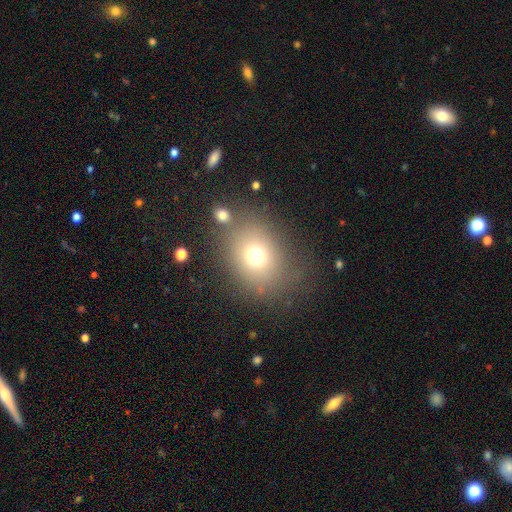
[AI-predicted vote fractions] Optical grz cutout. It shows a smooth galaxy with no disk features (71%) that is round (57%). Merging: none (69%).